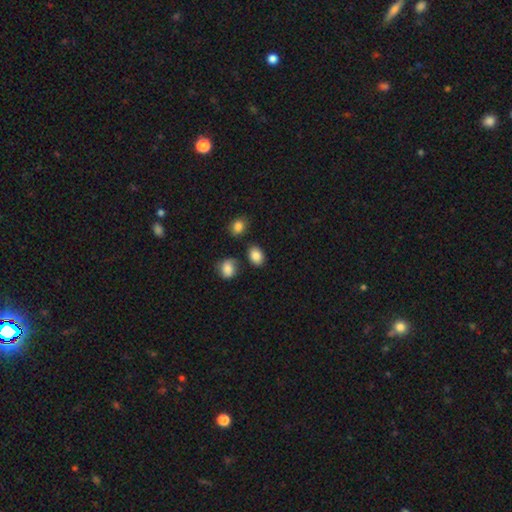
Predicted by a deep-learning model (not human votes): Overall: smooth (86%). How rounded: in between (70%). Merging: none (77%).